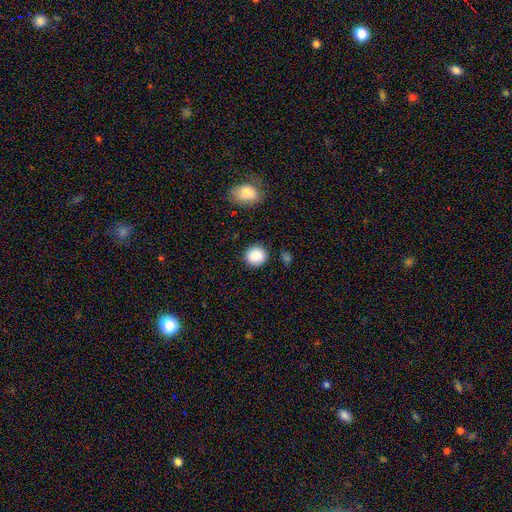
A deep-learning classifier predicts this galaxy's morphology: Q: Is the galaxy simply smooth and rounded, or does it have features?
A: smooth — 87%.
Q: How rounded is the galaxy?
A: round — 87%.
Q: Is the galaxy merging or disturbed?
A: none — 86%.